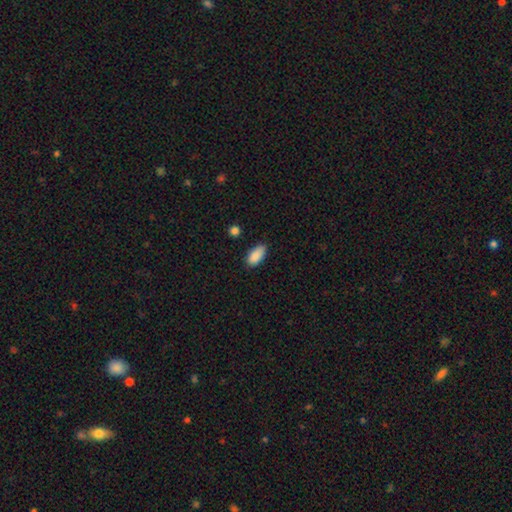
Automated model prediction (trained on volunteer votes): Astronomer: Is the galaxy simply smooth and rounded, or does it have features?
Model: smooth — 89%.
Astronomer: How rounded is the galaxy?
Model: in between — 91%.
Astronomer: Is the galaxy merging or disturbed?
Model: none — 78%.